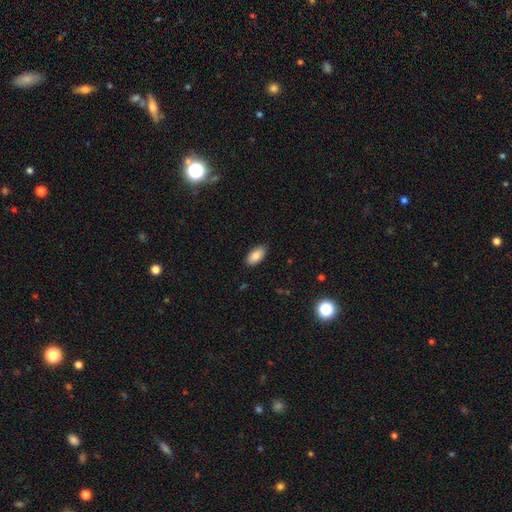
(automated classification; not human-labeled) smooth_or_featured: smooth (p=0.85) [alt: featured or disk p=0.09]
how_rounded: in between (p=0.93) [alt: cigar-shaped p=0.05]
merging: none (p=0.88) [alt: minor disturbance p=0.09]